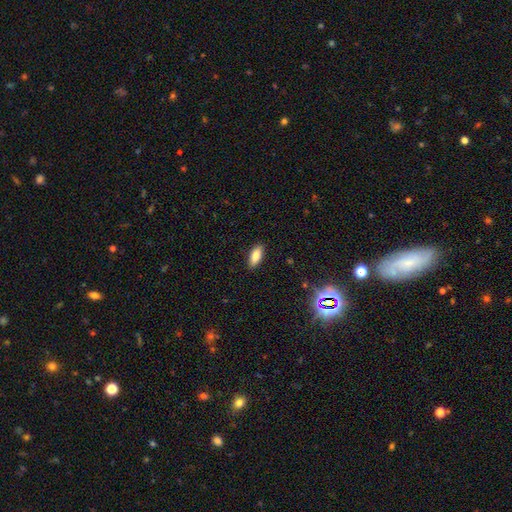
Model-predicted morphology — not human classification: smooth_or_featured: smooth (p=0.82) [alt: featured or disk p=0.10]
how_rounded: in between (p=0.83) [alt: cigar-shaped p=0.14]
merging: none (p=0.89) [alt: minor disturbance p=0.08]